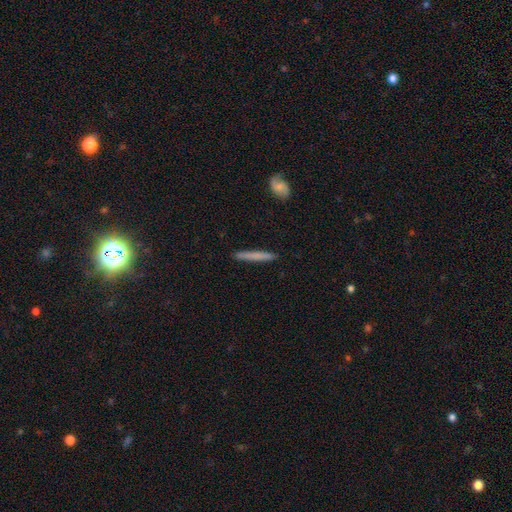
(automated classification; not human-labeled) Smooth or featured? smooth (68%)
How rounded? cigar-shaped (96%)
Merging? none (91%)